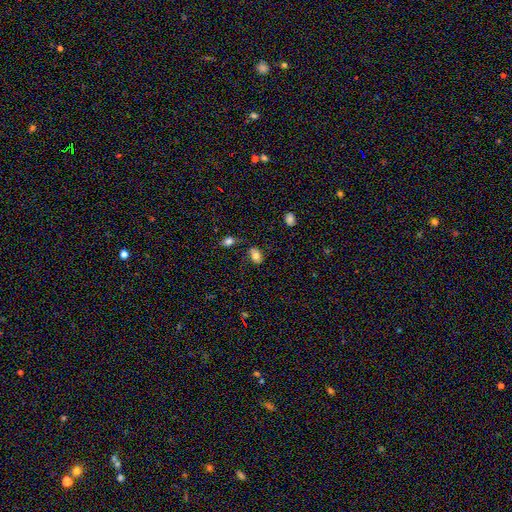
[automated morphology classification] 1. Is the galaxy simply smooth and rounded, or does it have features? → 73% smooth, 17% featured or disk, 10% star or artifact.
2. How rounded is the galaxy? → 81% in between, 17% round, 2% cigar-shaped.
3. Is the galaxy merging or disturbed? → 62% none, 22% minor disturbance, 11% major disturbance, 6% merger.